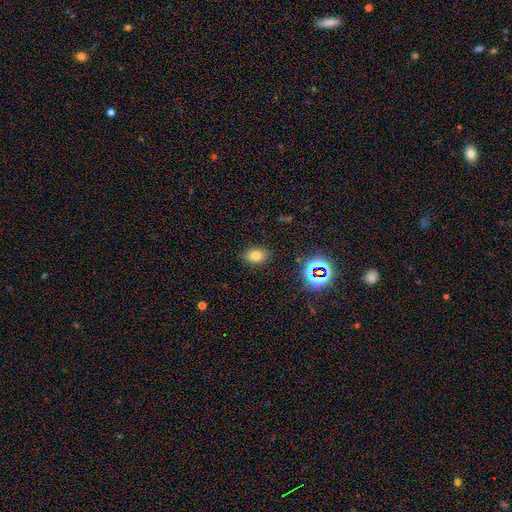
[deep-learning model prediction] Smooth or featured: smooth — 72% (star or artifact — 18%)
How rounded: in between — 75% (round — 24%)
Merging: none — 84% (minor disturbance — 11%)